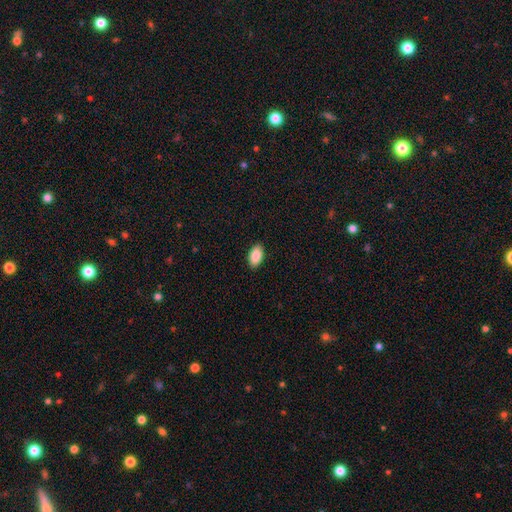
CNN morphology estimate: smooth 89%, star or artifact 7%, featured or disk 4%. Down the decision tree: how rounded — in between (94%); merging — none (89%).